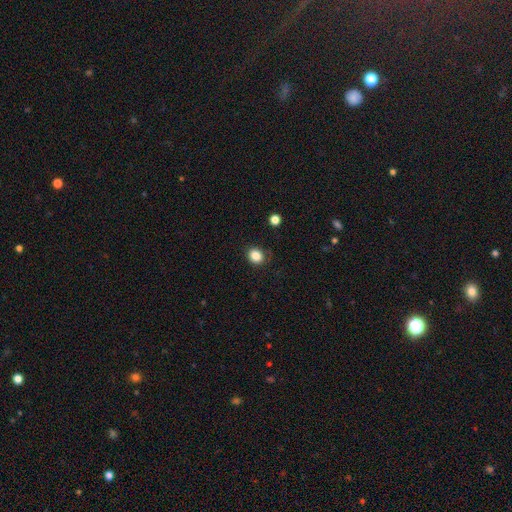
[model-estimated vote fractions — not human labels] The model was most divided on "how rounded": round: 66%, in between: 33%, cigar-shaped: 1%. More confident: smooth or featured — smooth (85%); merging — none (85%).